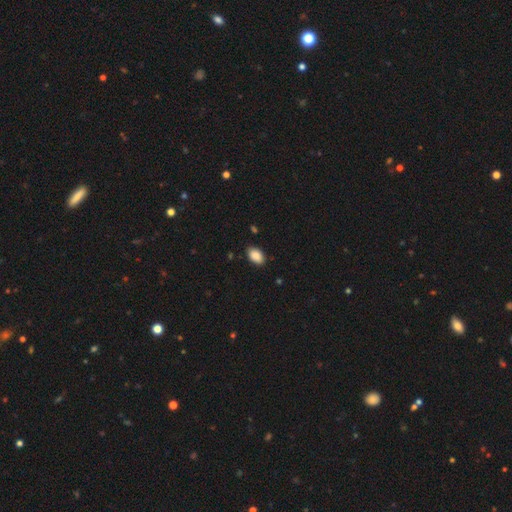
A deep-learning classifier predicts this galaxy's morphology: smooth_or_featured: smooth (p=0.89) [alt: star or artifact p=0.07]
how_rounded: in between (p=0.91) [alt: round p=0.08]
merging: none (p=0.86) [alt: minor disturbance p=0.11]